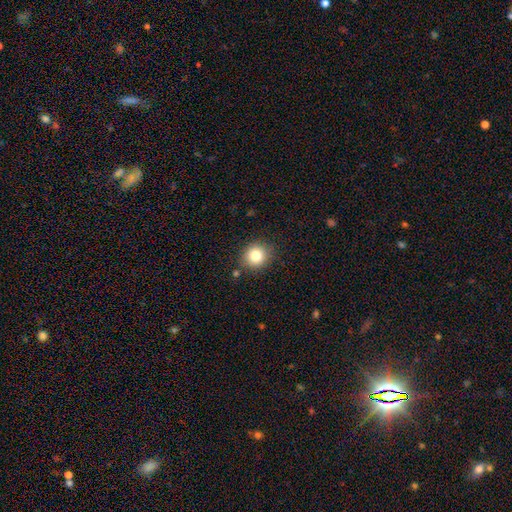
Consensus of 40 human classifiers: A smooth galaxy with no disk features (82%) that is round (82%). Merging: none (78%).